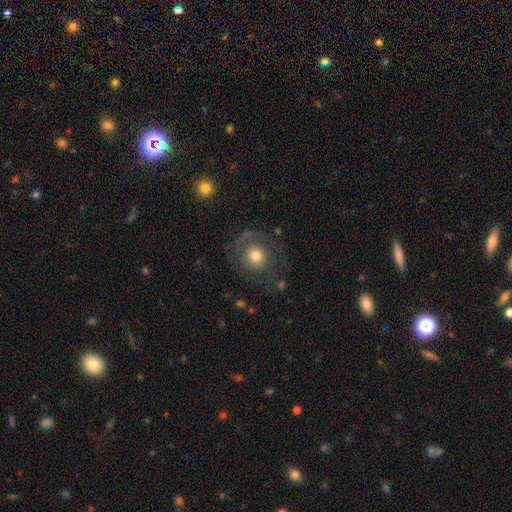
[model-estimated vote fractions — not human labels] A smooth galaxy with no disk features (54%) that is round (85%).

Vote fractions:
- Smooth or featured? smooth: 54% / featured or disk: 36% / star or artifact: 10%
- How rounded? round: 85% / in between: 14% / cigar-shaped: 1%
- Merging? none: 65% / minor disturbance: 17% / major disturbance: 16% / merger: 2%